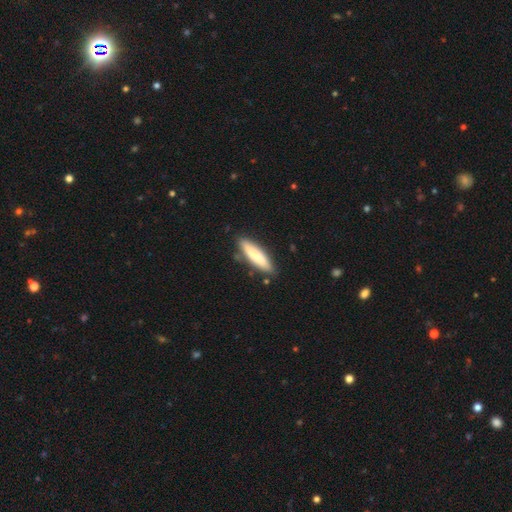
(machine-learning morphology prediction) Smooth or featured? Predicted: smooth (p=0.80). How rounded? Predicted: cigar-shaped (p=0.73). Merging? Predicted: none (p=0.82).